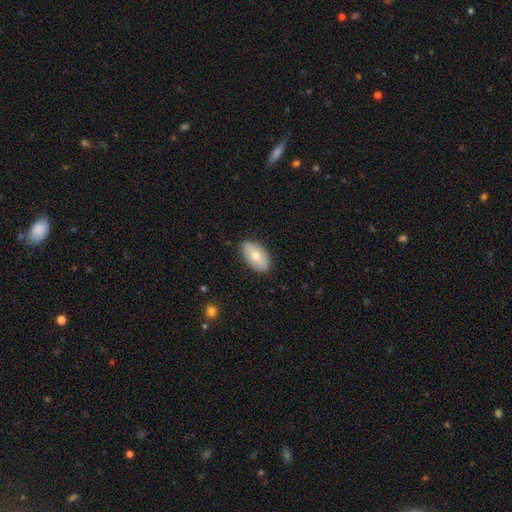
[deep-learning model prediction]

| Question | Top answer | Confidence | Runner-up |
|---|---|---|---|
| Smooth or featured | smooth | 69% | featured or disk (25%) |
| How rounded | in between | 93% | round (5%) |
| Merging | none | 83% | minor disturbance (14%) |